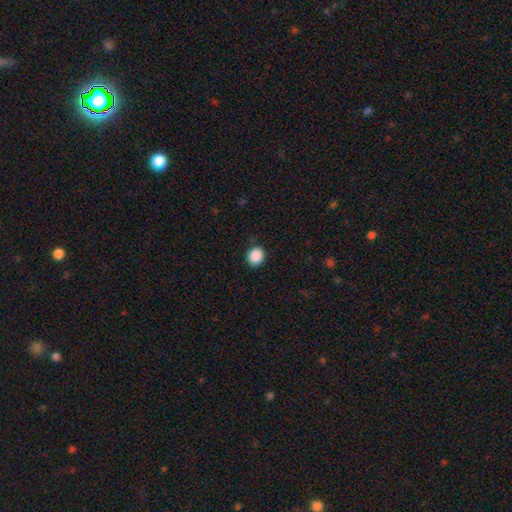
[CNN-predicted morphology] type=smooth (89%); roundness=round (73%); merging=none (85%).